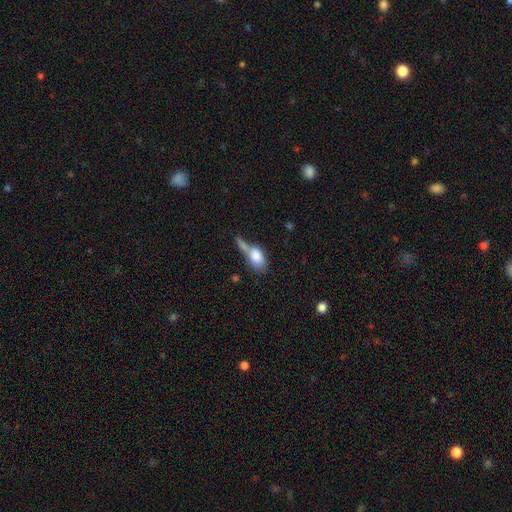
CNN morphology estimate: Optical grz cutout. It shows a smooth galaxy with no disk features (77%) that is in between round and cigar-shaped (85%). Merging: merger (44%).